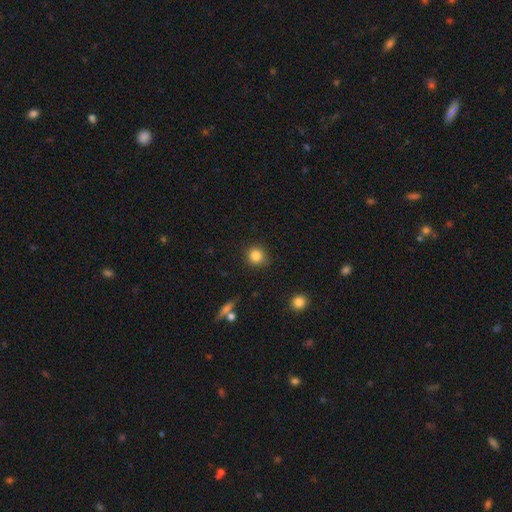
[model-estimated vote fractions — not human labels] A smooth galaxy with no disk features (84%) that is round (89%).

Vote fractions:
- Smooth or featured? smooth: 84% / star or artifact: 11% / featured or disk: 5%
- How rounded? round: 89% / in between: 9% / cigar-shaped: 1%
- Merging? none: 87% / minor disturbance: 9% / major disturbance: 2% / merger: 2%